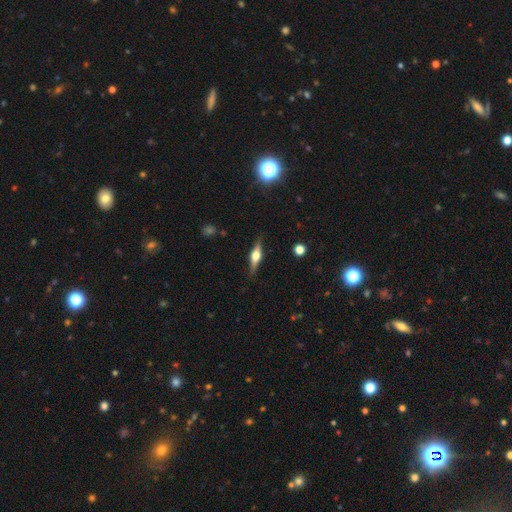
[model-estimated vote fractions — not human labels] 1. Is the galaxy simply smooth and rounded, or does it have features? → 69% featured or disk, 25% smooth, 7% star or artifact.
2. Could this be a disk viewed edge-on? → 96% yes, 4% no.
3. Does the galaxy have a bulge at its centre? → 91% rounded, 7% boxy, 2% none.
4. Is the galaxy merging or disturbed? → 86% none, 11% minor disturbance, 3% major disturbance, 1% merger.